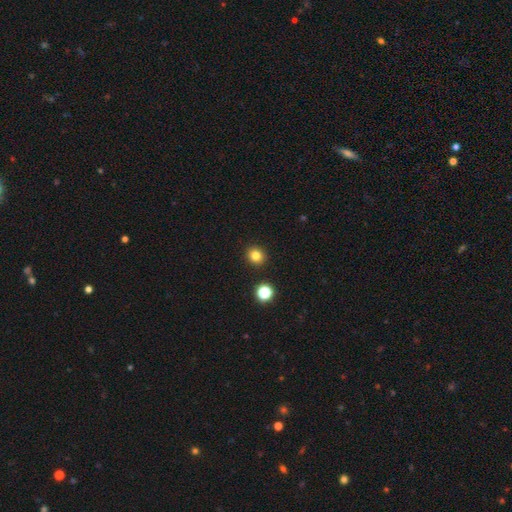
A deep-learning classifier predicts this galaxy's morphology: smooth_or_featured: smooth (p=0.81) [alt: star or artifact p=0.14]
how_rounded: round (p=0.87) [alt: in between p=0.12]
merging: none (p=0.92) [alt: minor disturbance p=0.05]